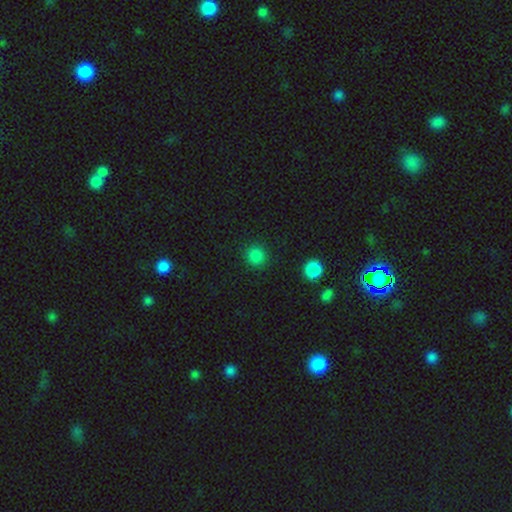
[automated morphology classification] Overall: smooth (84%). How rounded: round (92%). Merging: none (90%).